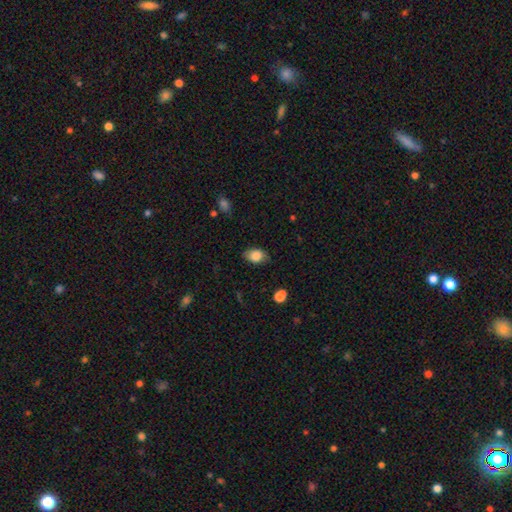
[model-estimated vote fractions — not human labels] smooth-or-featured: smooth: 84% | featured or disk: 8% | star or artifact: 8%
  how-rounded: in between: 83% | round: 15% | cigar-shaped: 1%
  merging: none: 76% | minor disturbance: 18% | major disturbance: 4% | merger: 1%